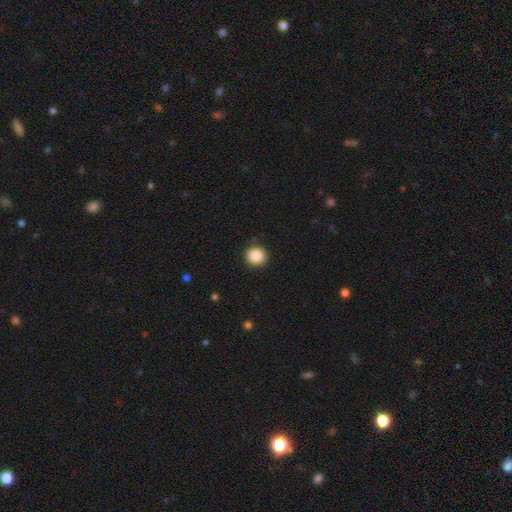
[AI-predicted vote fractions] Overall: smooth (86%). How rounded: round (91%). Merging: none (91%).